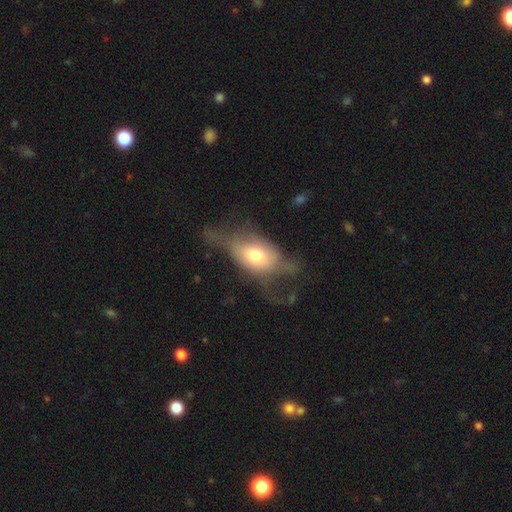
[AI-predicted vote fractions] Smooth or featured?
  - smooth: 48% *
  - featured or disk: 44%
  - star or artifact: 8%
Merging?
  - major disturbance: 46% *
  - none: 28%
  - minor disturbance: 23%
  - merger: 3%